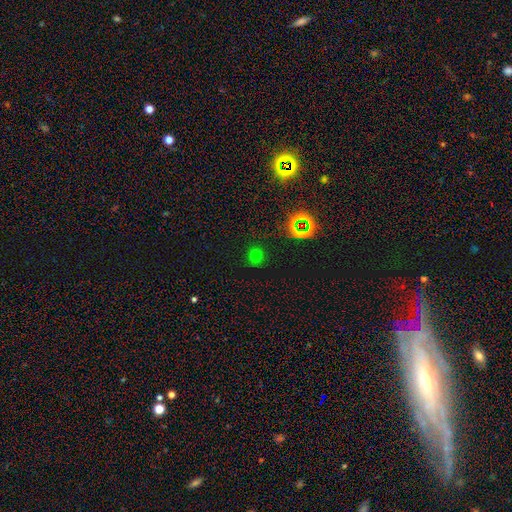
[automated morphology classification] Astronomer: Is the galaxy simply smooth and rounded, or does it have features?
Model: smooth — 62%.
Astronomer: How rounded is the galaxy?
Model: round — 90%.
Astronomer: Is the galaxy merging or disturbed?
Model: none — 86%.